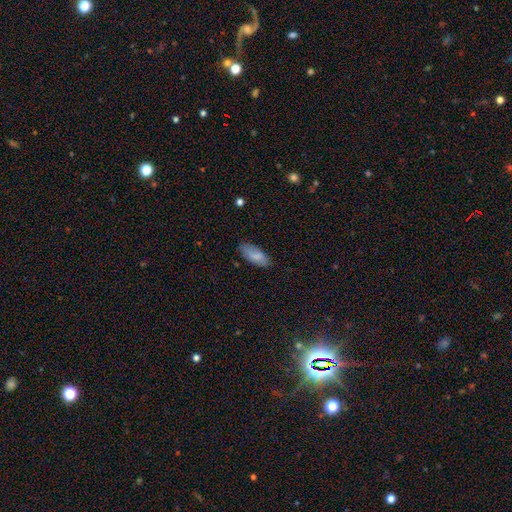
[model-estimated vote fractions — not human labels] Smooth or featured: smooth — 83% (featured or disk — 11%)
How rounded: in between — 85% (cigar-shaped — 13%)
Merging: none — 79% (minor disturbance — 17%)